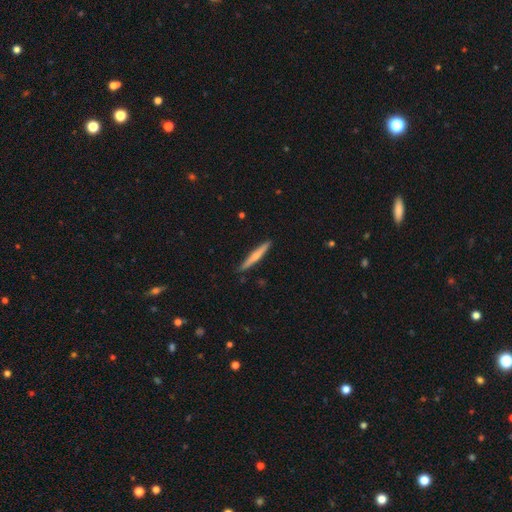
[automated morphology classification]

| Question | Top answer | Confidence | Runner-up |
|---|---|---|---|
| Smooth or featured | smooth | 53% | featured or disk (42%) |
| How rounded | cigar-shaped | 95% | in between (4%) |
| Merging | none | 89% | minor disturbance (8%) |